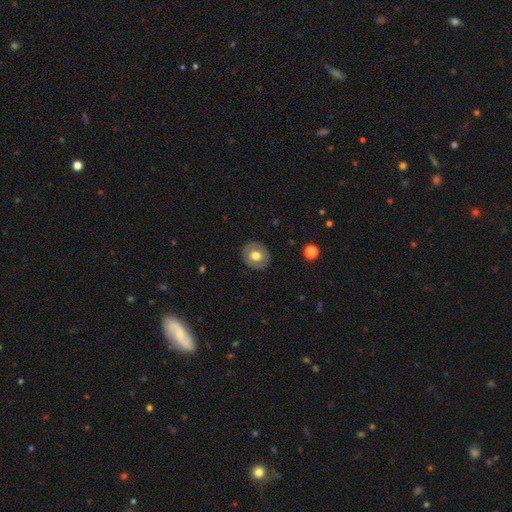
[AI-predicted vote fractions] smooth 63%, featured or disk 30%, star or artifact 7%. Down the decision tree: how rounded — round (78%); merging — none (88%).